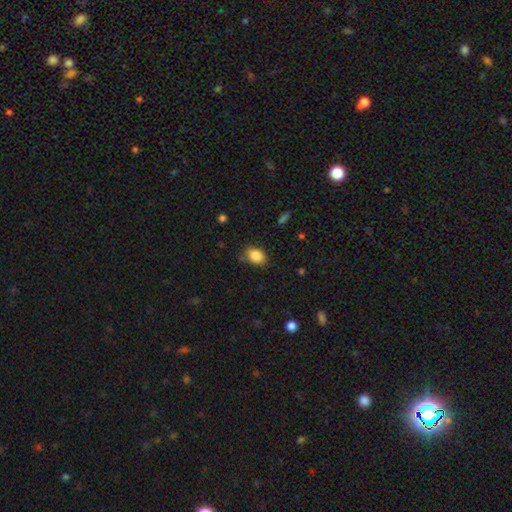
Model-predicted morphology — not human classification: smooth-or-featured: smooth: 86% | star or artifact: 9% | featured or disk: 5%
  how-rounded: in between: 70% | round: 28% | cigar-shaped: 1%
  merging: none: 75% | minor disturbance: 19% | major disturbance: 4% | merger: 2%